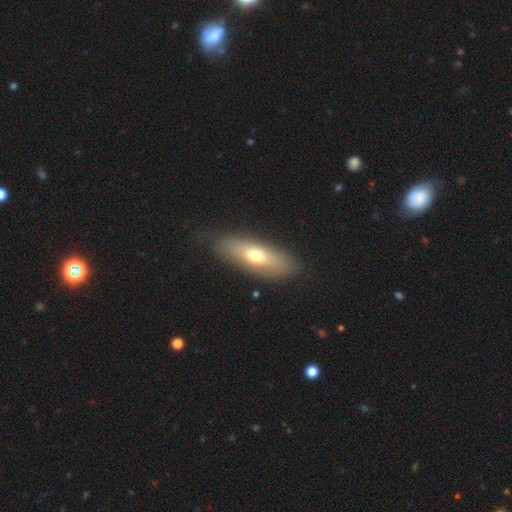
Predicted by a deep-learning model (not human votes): Smooth or featured? smooth (63%)
How rounded? in between (66%)
Merging? none (80%)